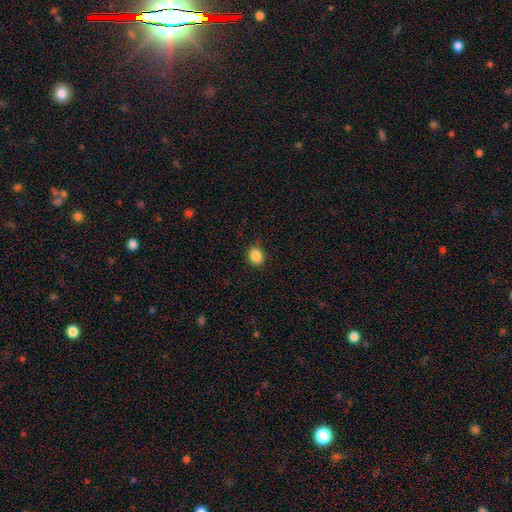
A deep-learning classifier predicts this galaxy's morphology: The model was most divided on "how rounded": round: 66%, in between: 33%, cigar-shaped: 1%. More confident: smooth or featured — smooth (87%); merging — none (85%).